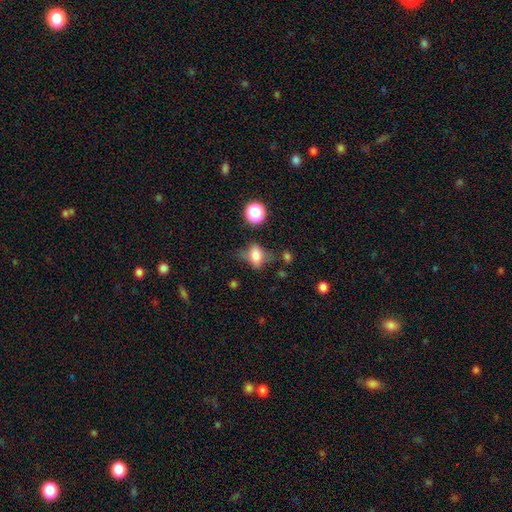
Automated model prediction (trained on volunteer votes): smooth-or-featured: smooth: 65% | featured or disk: 22% | star or artifact: 13%
  how-rounded: in between: 72% | round: 21% | cigar-shaped: 6%
  merging: none: 54% | minor disturbance: 26% | major disturbance: 15% | merger: 6%